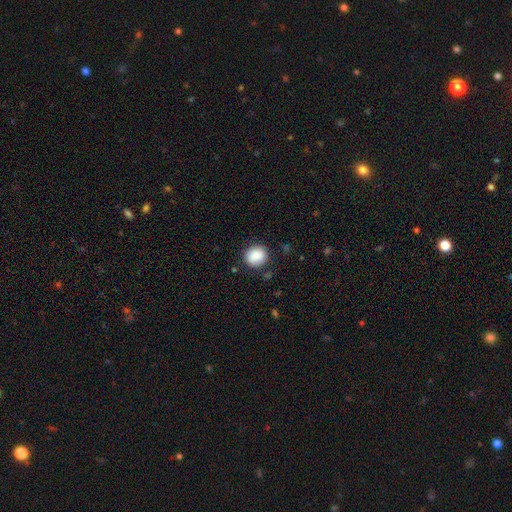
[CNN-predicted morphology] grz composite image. It shows a smooth galaxy with no disk features (89%) that is round (84%). Merging: none (85%).